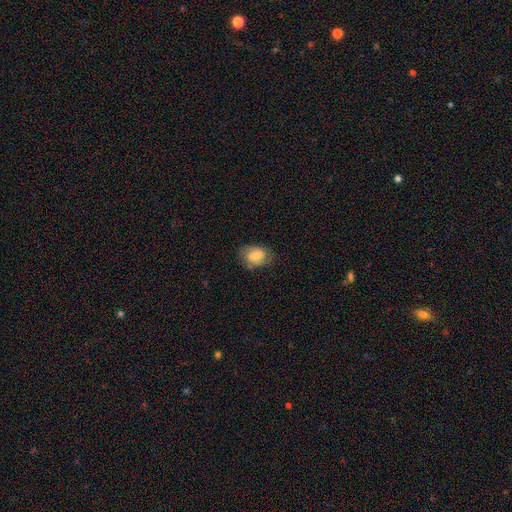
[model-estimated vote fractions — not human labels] smooth 63%, featured or disk 29%, star or artifact 8%. Down the decision tree: how rounded — in between (74%); merging — none (67%).